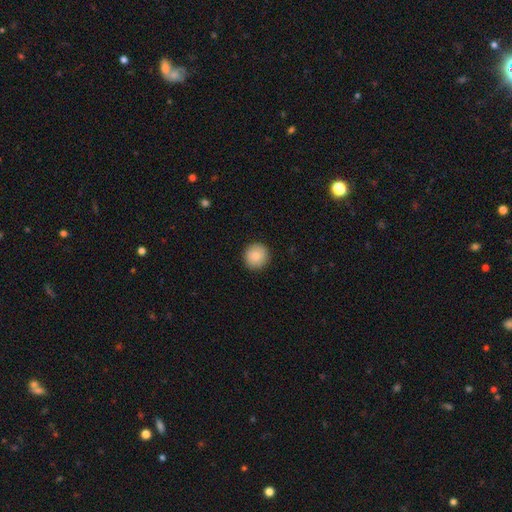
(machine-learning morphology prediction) A smooth galaxy with no disk features (87%) that is round (94%). Merging: none (91%).